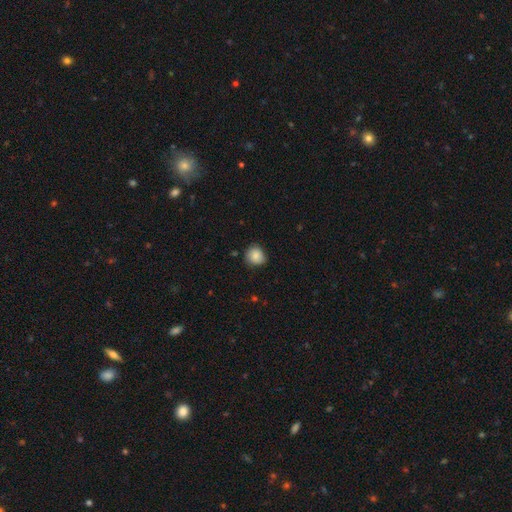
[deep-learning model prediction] Q: Smooth or featured?
A: smooth (83%); runner-up: featured or disk (9%)
Q: How rounded?
A: round (84%); runner-up: in between (15%)
Q: Merging?
A: none (77%); runner-up: minor disturbance (19%)